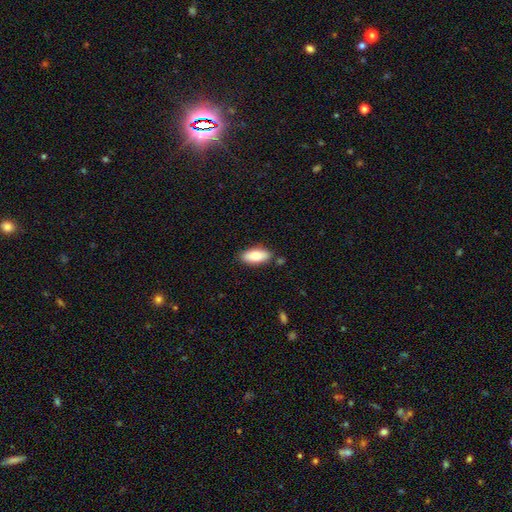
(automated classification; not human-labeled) A smooth galaxy with no disk features (81%) that is in between round and cigar-shaped (86%).

Vote fractions:
- Smooth or featured? smooth: 81% / featured or disk: 13% / star or artifact: 6%
- How rounded? in between: 86% / cigar-shaped: 12% / round: 2%
- Merging? none: 84% / minor disturbance: 11% / merger: 3% / major disturbance: 2%